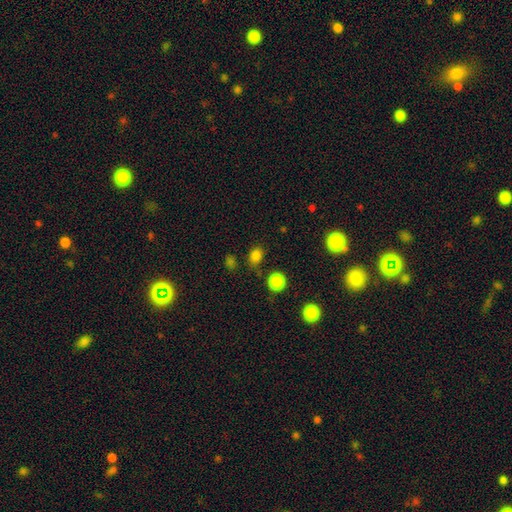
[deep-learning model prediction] A smooth galaxy with no disk features (79%) that is round (56%).

Vote fractions:
- Smooth or featured? smooth: 79% / star or artifact: 17% / featured or disk: 4%
- How rounded? round: 56% / in between: 43% / cigar-shaped: 1%
- Merging? none: 78% / minor disturbance: 13% / merger: 5% / major disturbance: 4%